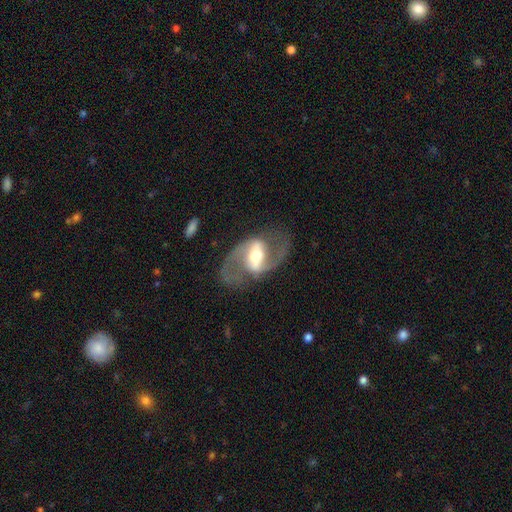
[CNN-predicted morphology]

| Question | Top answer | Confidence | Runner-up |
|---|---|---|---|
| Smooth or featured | featured or disk | 88% | smooth (7%) |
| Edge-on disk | no | 96% | yes (4%) |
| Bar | strong | 61% | weak (29%) |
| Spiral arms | yes | 92% | no (8%) |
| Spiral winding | medium | 51% | loose (39%) |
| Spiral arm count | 2 | 92% | can't tell (3%) |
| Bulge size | moderate | 61% | small (18%) |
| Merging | none | 75% | minor disturbance (12%) |